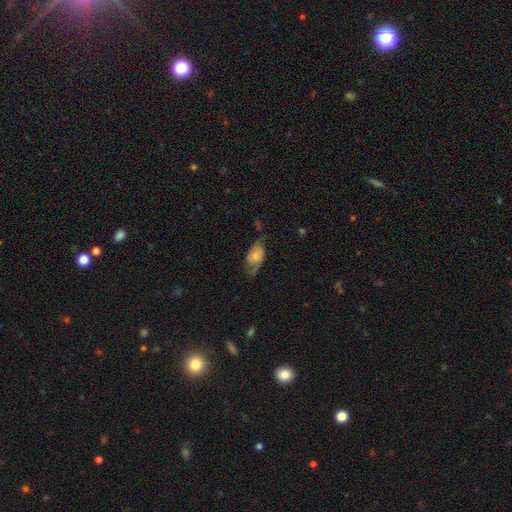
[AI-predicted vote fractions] Smooth or featured? smooth (51%)
How rounded? in between (89%)
Merging? none (50%)